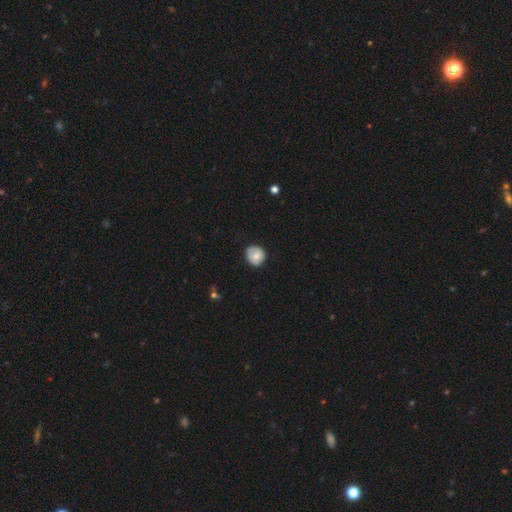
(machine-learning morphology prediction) Overall: smooth (77%). How rounded: round (85%). Merging: none (77%).